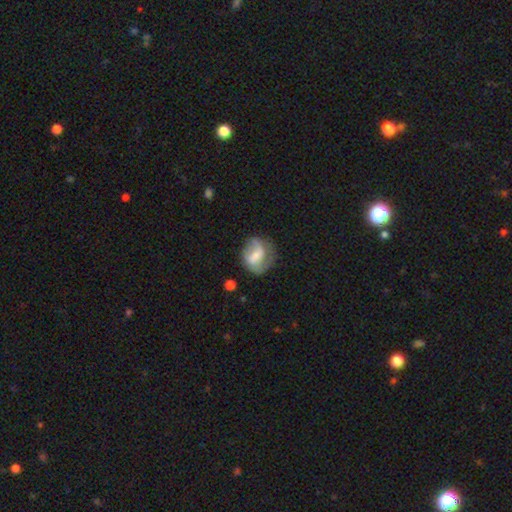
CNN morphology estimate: type=featured or disk (51%); edge-on=no (97%); merging=none (54%).